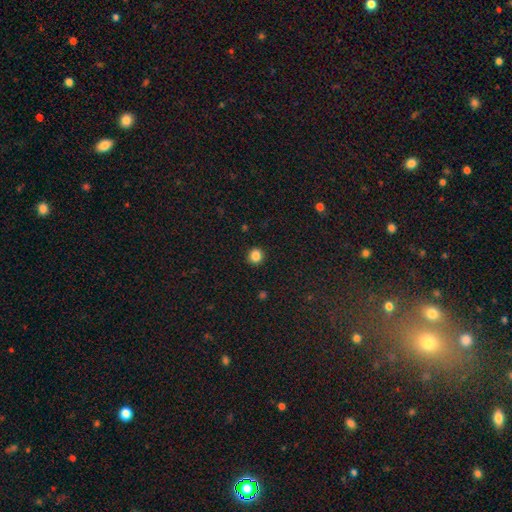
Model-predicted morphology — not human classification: smooth-or-featured: smooth: 86% | star or artifact: 11% | featured or disk: 3%
  how-rounded: round: 91% | in between: 8% | cigar-shaped: 1%
  merging: none: 92% | minor disturbance: 5% | major disturbance: 2% | merger: 1%